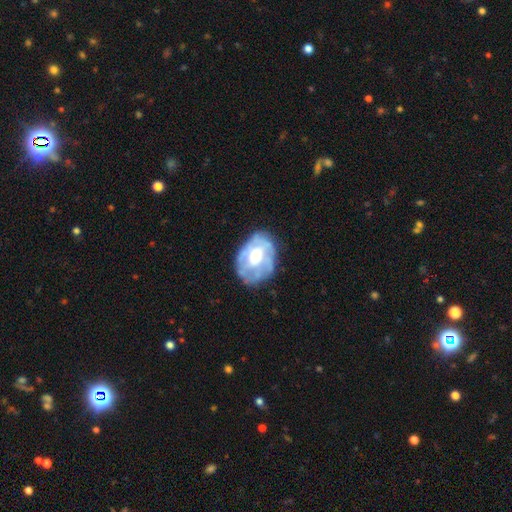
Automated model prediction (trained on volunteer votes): Q: Smooth or featured?
A: featured or disk (64%); runner-up: smooth (29%)
Q: Edge-on disk?
A: no (96%); runner-up: yes (4%)
Q: Bar?
A: no (66%); runner-up: weak (27%)
Q: Spiral arms?
A: no (55%); runner-up: yes (45%)
Q: Bulge size?
A: moderate (61%); runner-up: large (20%)
Q: Merging?
A: none (63%); runner-up: minor disturbance (22%)